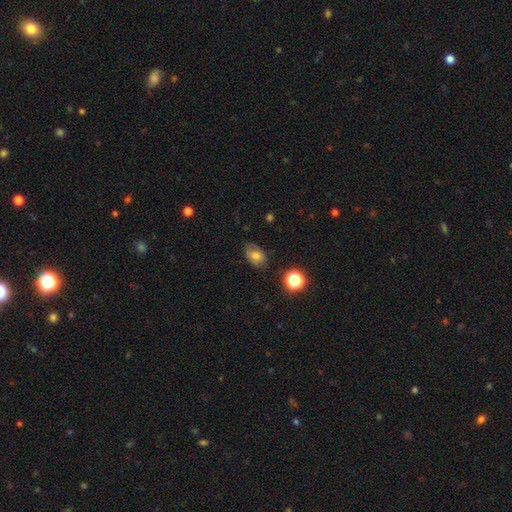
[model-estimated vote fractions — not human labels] The model was most divided on "merging": none: 68%, minor disturbance: 24%, major disturbance: 5%, merger: 2%. More confident: how rounded — in between (76%); smooth or featured — smooth (72%).